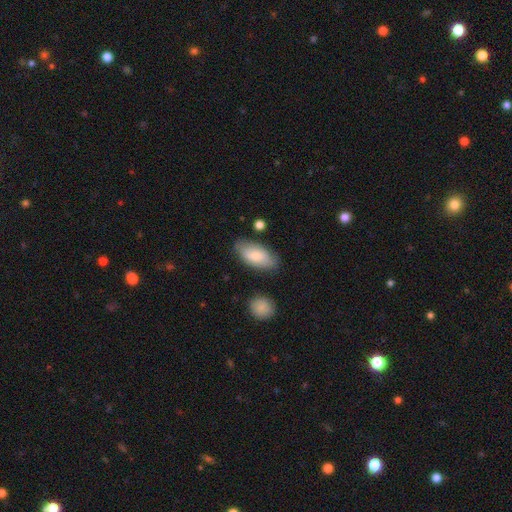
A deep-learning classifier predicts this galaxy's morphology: Q: Smooth or featured?
A: smooth (73%); runner-up: featured or disk (21%)
Q: How rounded?
A: in between (92%); runner-up: cigar-shaped (6%)
Q: Merging?
A: none (73%); runner-up: minor disturbance (19%)